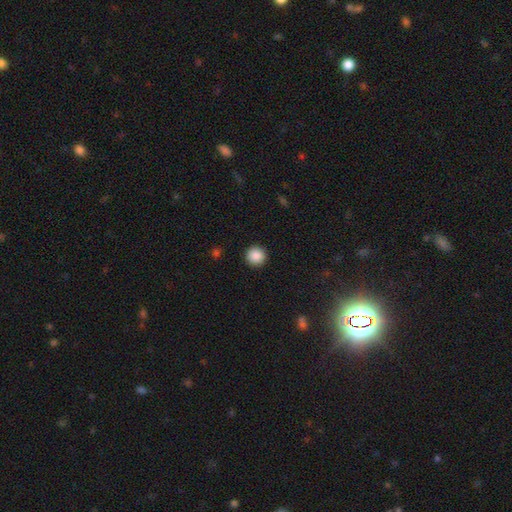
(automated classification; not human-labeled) A smooth galaxy with no disk features (88%) that is round (96%).

Vote fractions:
- Smooth or featured? smooth: 88% / star or artifact: 9% / featured or disk: 3%
- How rounded? round: 96% / in between: 4% / cigar-shaped: 1%
- Merging? none: 93% / minor disturbance: 5% / major disturbance: 2% / merger: 1%